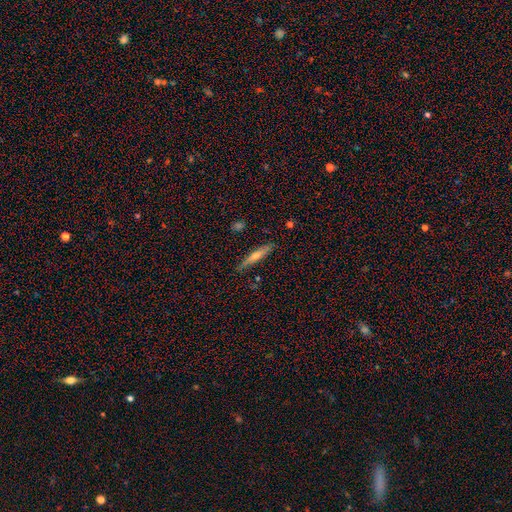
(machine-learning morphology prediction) smooth_or_featured: featured or disk (p=0.52) [alt: smooth p=0.41]
disk_edge_on: yes (p=0.95) [alt: no p=0.05]
merging: none (p=0.86) [alt: minor disturbance p=0.10]